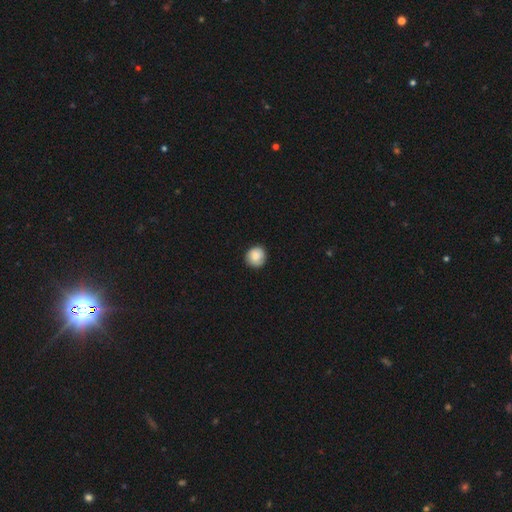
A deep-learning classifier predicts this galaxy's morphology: Smooth or featured? smooth (86%)
How rounded? round (93%)
Merging? none (88%)